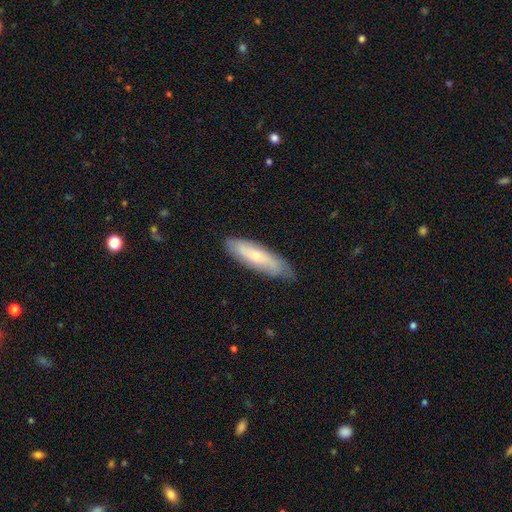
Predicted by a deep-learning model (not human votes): Smooth or featured: smooth — 59% (featured or disk — 35%)
How rounded: cigar-shaped — 63% (in between — 35%)
Merging: none — 75% (minor disturbance — 20%)